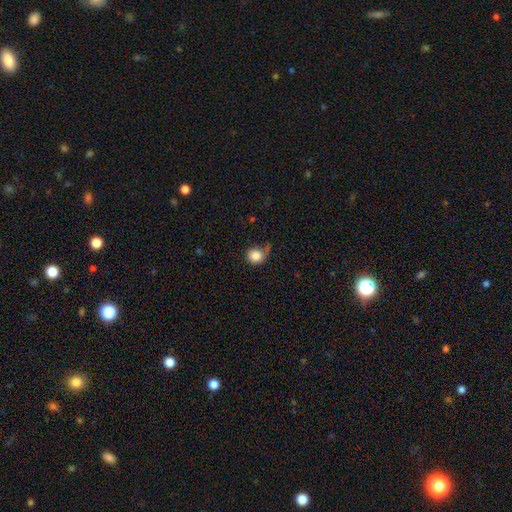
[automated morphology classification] smooth-or-featured: smooth: 85% | star or artifact: 10% | featured or disk: 5%
  how-rounded: round: 85% | in between: 14% | cigar-shaped: 1%
  merging: none: 65% | minor disturbance: 21% | merger: 7% | major disturbance: 7%